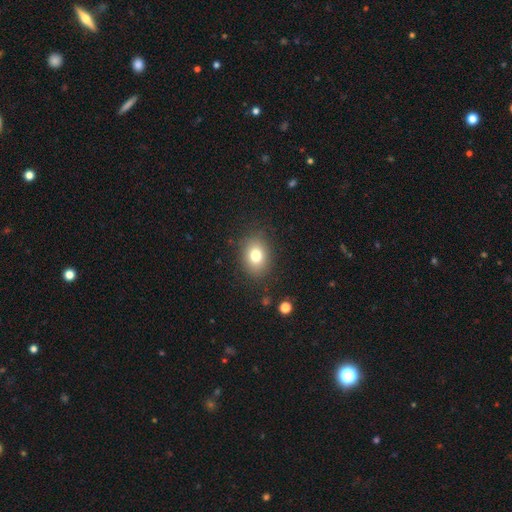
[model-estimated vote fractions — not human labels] Smooth or featured: smooth — 78% (star or artifact — 11%)
How rounded: in between — 58% (round — 41%)
Merging: none — 85% (minor disturbance — 10%)